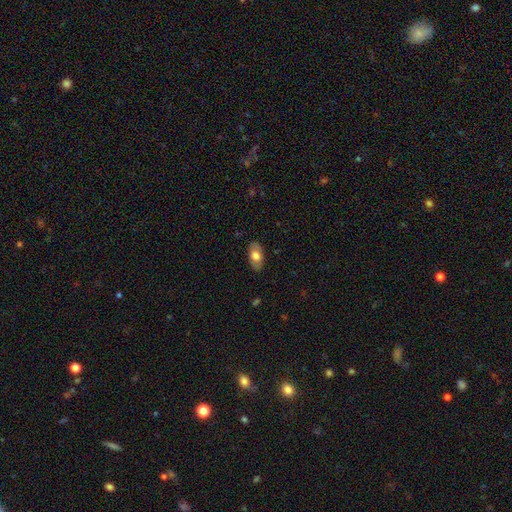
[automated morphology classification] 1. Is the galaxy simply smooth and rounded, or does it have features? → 68% smooth, 26% featured or disk, 6% star or artifact.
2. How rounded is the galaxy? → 93% in between, 4% round, 3% cigar-shaped.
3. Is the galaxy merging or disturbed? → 85% none, 12% minor disturbance, 3% major disturbance, 1% merger.